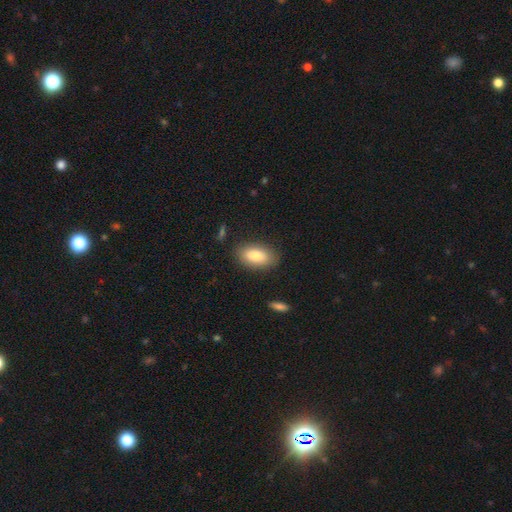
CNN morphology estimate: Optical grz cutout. It shows a smooth galaxy with no disk features (83%) that is in between round and cigar-shaped (92%). Merging: none (84%).